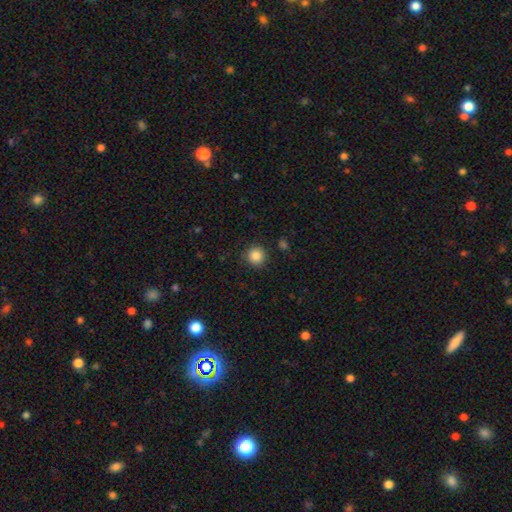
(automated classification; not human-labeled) smooth-or-featured: smooth: 85% | star or artifact: 11% | featured or disk: 4%
  how-rounded: round: 94% | in between: 5% | cigar-shaped: 1%
  merging: none: 90% | minor disturbance: 7% | major disturbance: 2% | merger: 1%